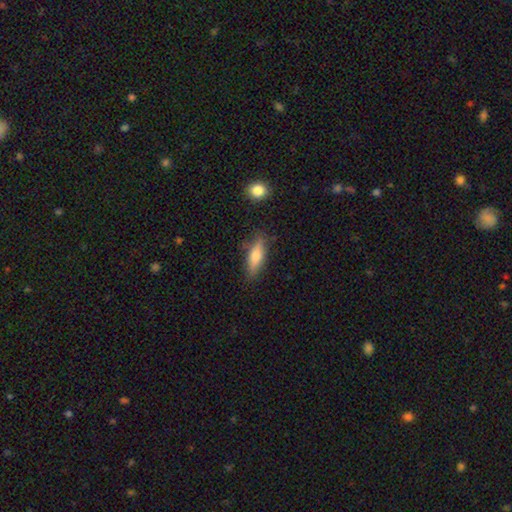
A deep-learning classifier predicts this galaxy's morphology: Smooth or featured?
  - smooth: 64% *
  - featured or disk: 29%
  - star or artifact: 7%
How rounded?
  - cigar-shaped: 52% *
  - in between: 45%
  - round: 3%
Merging?
  - none: 81% *
  - minor disturbance: 14%
  - major disturbance: 3%
  - merger: 2%